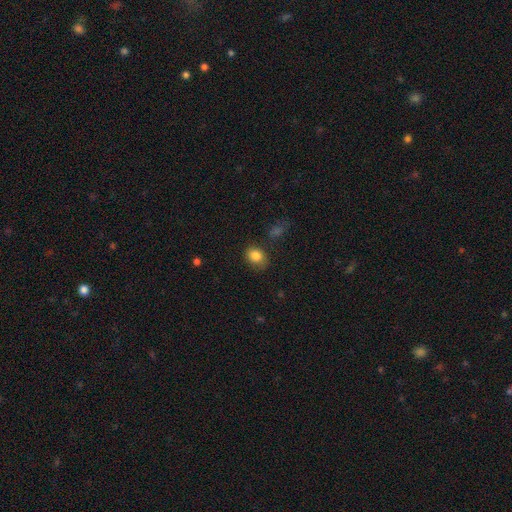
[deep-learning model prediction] This appears to be a smooth galaxy with no disk features (84%) that is round (51%). Merging: none (76%).